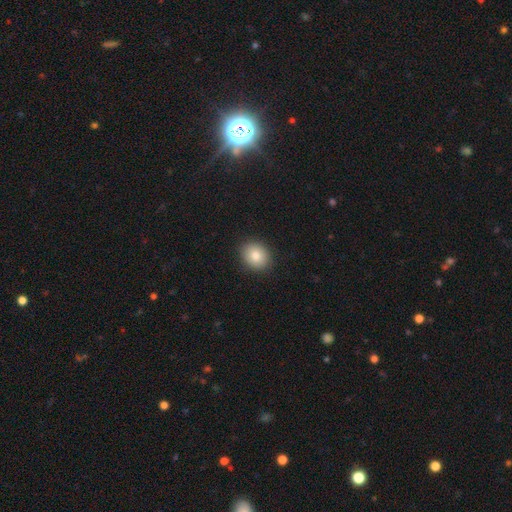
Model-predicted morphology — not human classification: Smooth or featured? smooth (84%)
How rounded? round (61%)
Merging? none (90%)